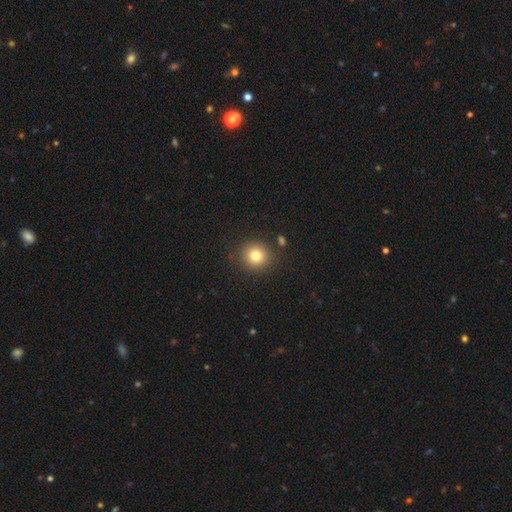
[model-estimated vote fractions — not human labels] A smooth galaxy with no disk features (80%) that is round (90%). Merging: none (87%).